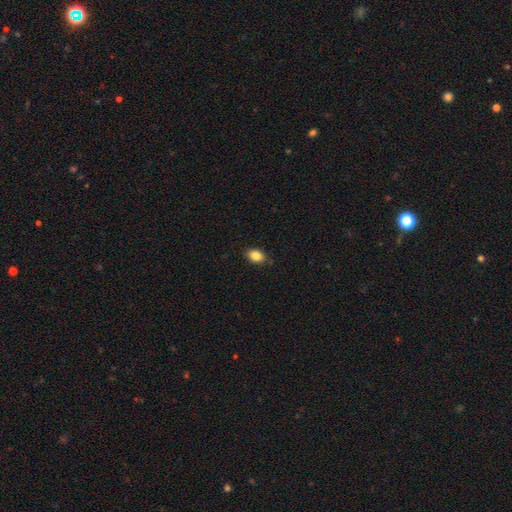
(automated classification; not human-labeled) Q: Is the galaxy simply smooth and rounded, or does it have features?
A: smooth — 85%.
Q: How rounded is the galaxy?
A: in between — 83%.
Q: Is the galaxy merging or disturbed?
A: none — 87%.